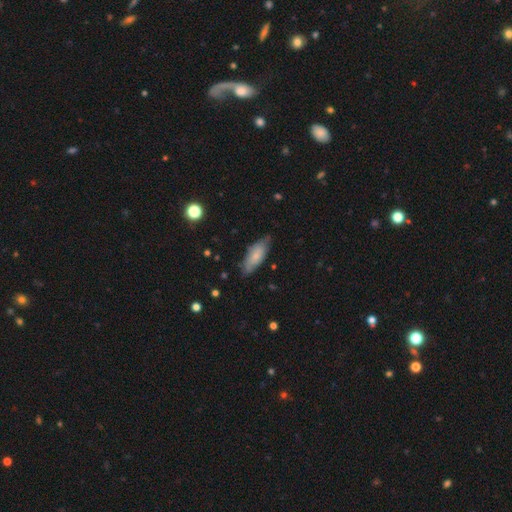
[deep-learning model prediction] This appears to be a smooth galaxy with no disk features (68%) that is in between round and cigar-shaped (75%). Merging: none (70%).